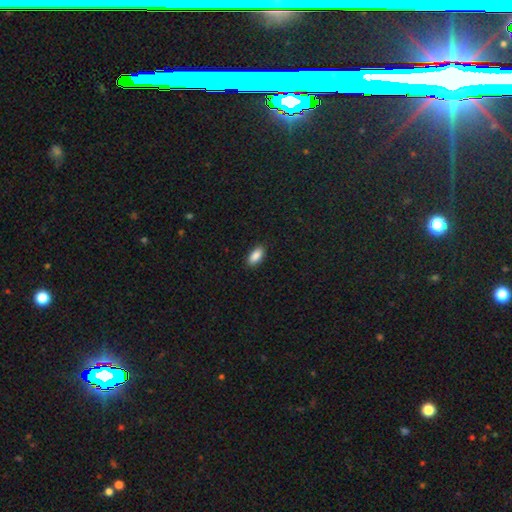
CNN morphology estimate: A smooth galaxy with no disk features (89%) that is in between round and cigar-shaped (91%). Merging: none (89%).